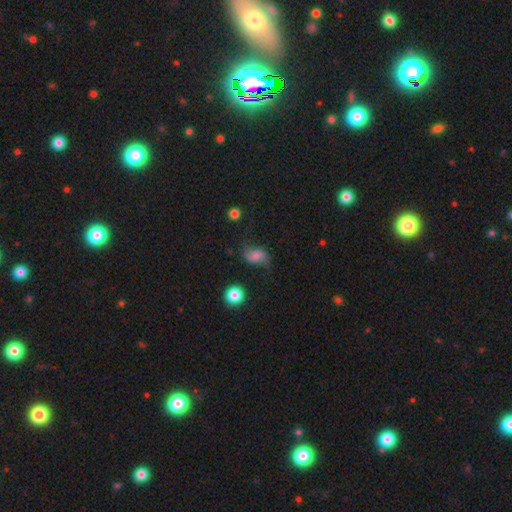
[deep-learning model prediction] This appears to be a featured or disk galaxy (48%). Merging: none (62%).